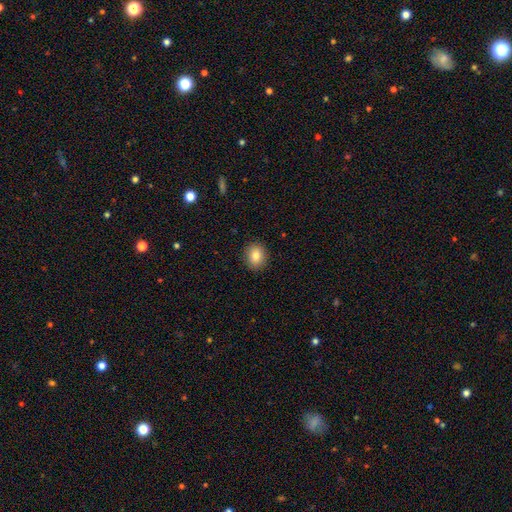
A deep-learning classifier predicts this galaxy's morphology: Overall: smooth (83%). How rounded: round (62%; in between 37%). Merging: none (91%).